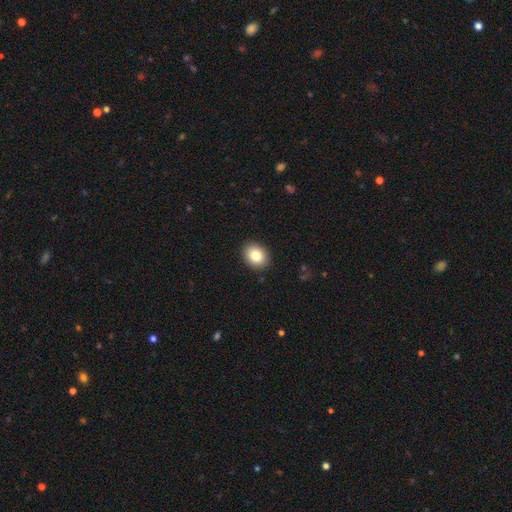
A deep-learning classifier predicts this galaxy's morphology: The model was most divided on "how rounded": in between: 53%, round: 46%, cigar-shaped: 1%. More confident: merging — none (90%); smooth or featured — smooth (83%).